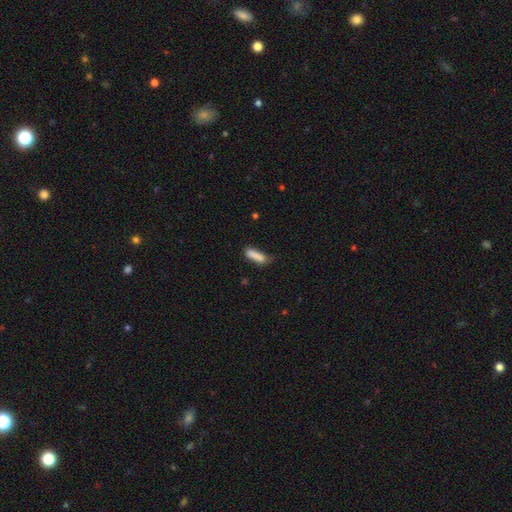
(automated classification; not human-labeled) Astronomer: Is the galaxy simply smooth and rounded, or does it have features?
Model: smooth — 82%.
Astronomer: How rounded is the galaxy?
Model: cigar-shaped — 62%.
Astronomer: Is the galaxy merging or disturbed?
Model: none — 51% (runner-up: minor disturbance, 30%).